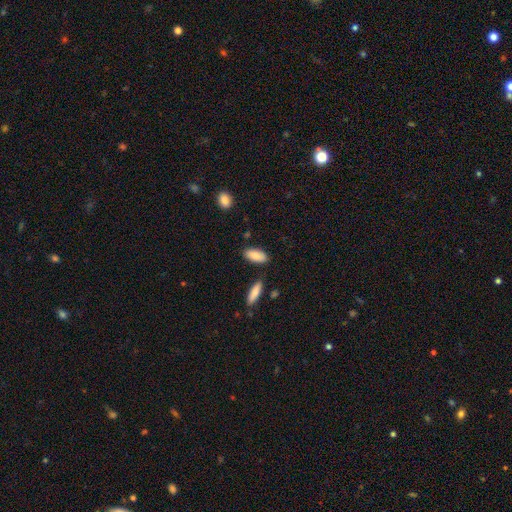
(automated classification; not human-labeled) Smooth or featured?
  - smooth: 87% *
  - featured or disk: 7%
  - star or artifact: 6%
How rounded?
  - in between: 86% *
  - cigar-shaped: 12%
  - round: 2%
Merging?
  - none: 82% *
  - minor disturbance: 11%
  - merger: 4%
  - major disturbance: 2%